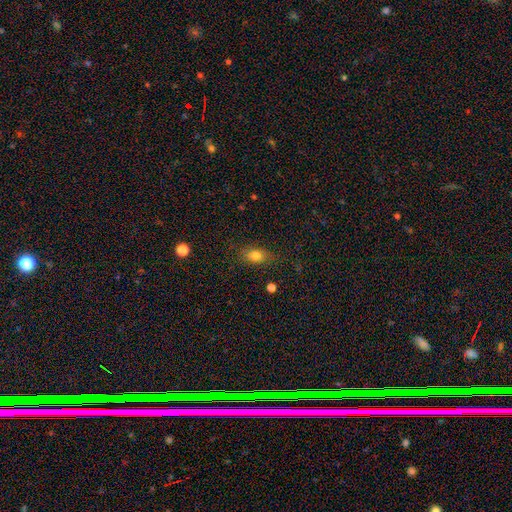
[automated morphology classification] type=smooth (79%); roundness=in between (74%); merging=none (81%).